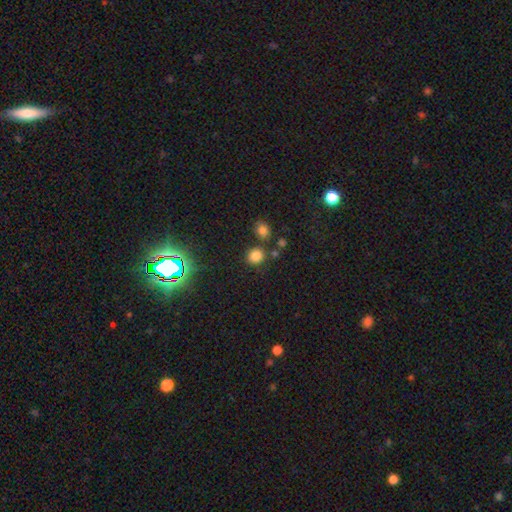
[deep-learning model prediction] Smooth or featured? Predicted: smooth (p=0.79). How rounded? Predicted: round (p=0.75). Merging? Predicted: none (p=0.75).